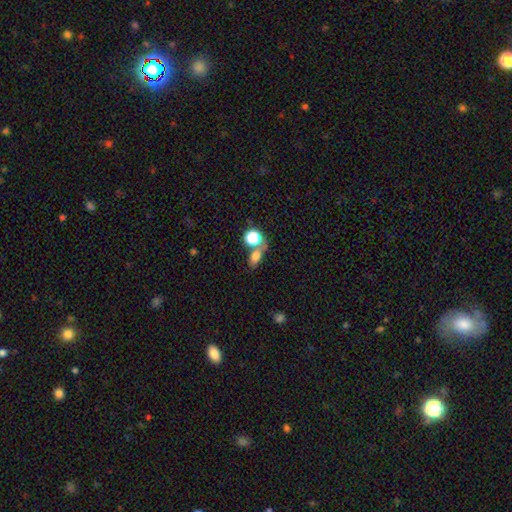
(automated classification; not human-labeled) Overall: smooth (72%). How rounded: in between (71%). Merging: none (50%; merger 32%).